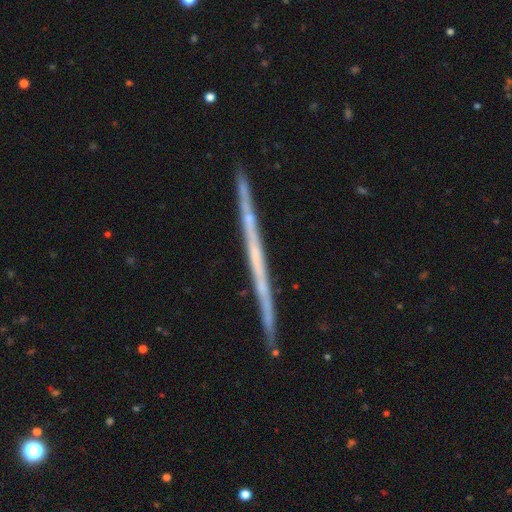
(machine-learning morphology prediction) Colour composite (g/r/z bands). It shows a featured or disk galaxy (71%) viewed edge-on (98%) with no central bulge (91%). Merging: none (89%).